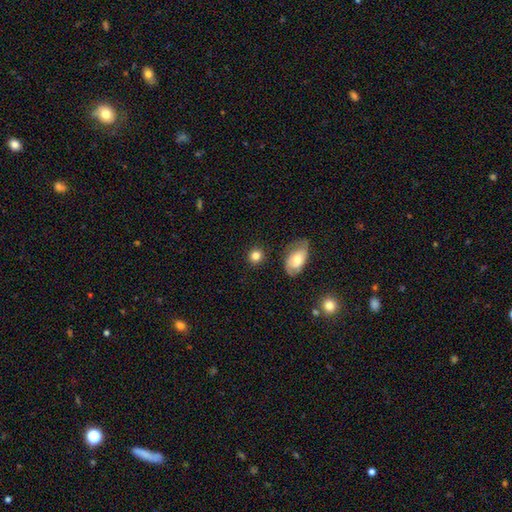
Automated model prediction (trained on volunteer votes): Q: Smooth or featured?
A: smooth (82%); runner-up: star or artifact (9%)
Q: How rounded?
A: round (81%); runner-up: in between (17%)
Q: Merging?
A: none (84%); runner-up: minor disturbance (9%)